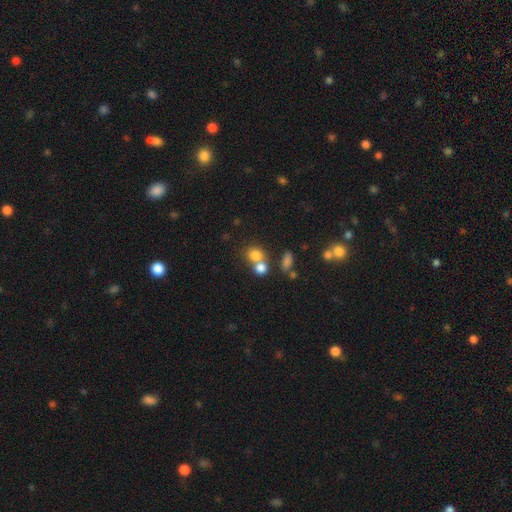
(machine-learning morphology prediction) This is likely a smooth galaxy (77%). How rounded: likely round (72%). Merging: marginally none (44%, tied with merger).